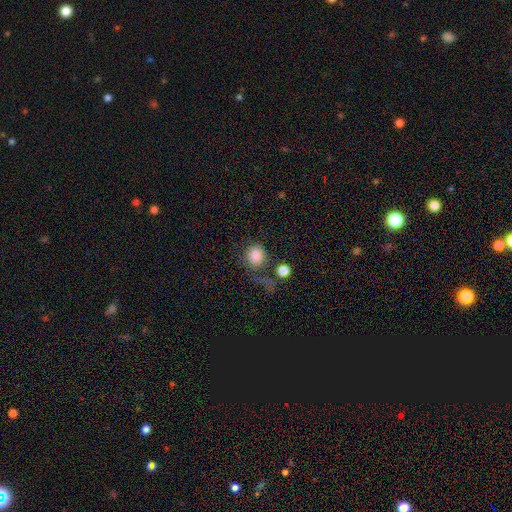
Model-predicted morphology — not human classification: Q: Smooth or featured?
A: smooth (85%); runner-up: star or artifact (9%)
Q: How rounded?
A: round (72%); runner-up: in between (27%)
Q: Merging?
A: none (54%); runner-up: minor disturbance (17%)